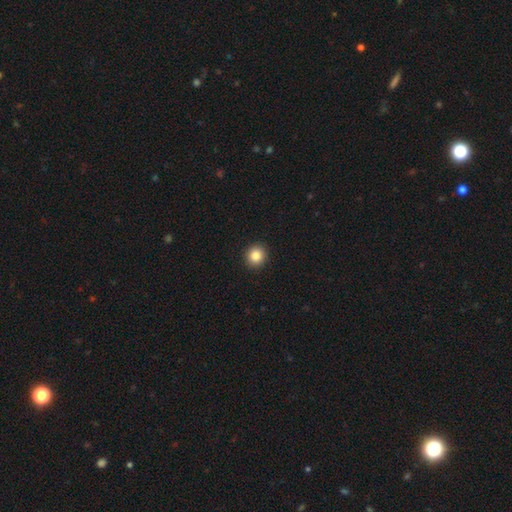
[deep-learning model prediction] This is clearly a smooth galaxy (86%). How rounded: clearly round (89%). Merging: clearly none (93%).